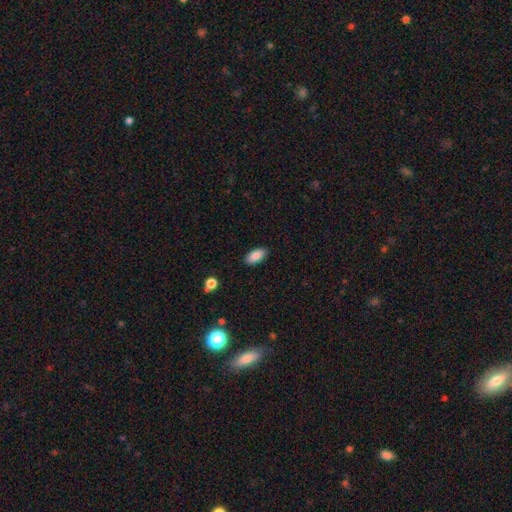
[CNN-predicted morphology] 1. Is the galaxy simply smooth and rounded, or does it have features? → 88% smooth, 7% star or artifact, 5% featured or disk.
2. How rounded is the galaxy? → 91% in between, 7% cigar-shaped, 2% round.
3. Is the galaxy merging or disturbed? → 87% none, 9% minor disturbance, 2% major disturbance, 1% merger.